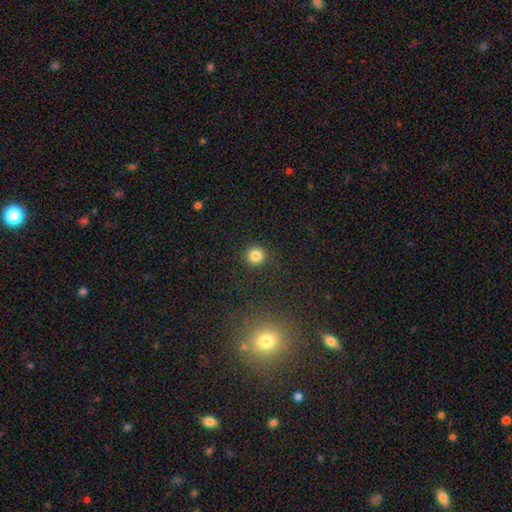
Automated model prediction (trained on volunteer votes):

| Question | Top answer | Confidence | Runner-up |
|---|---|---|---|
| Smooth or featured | smooth | 83% | star or artifact (12%) |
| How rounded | round | 94% | in between (5%) |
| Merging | none | 90% | minor disturbance (6%) |